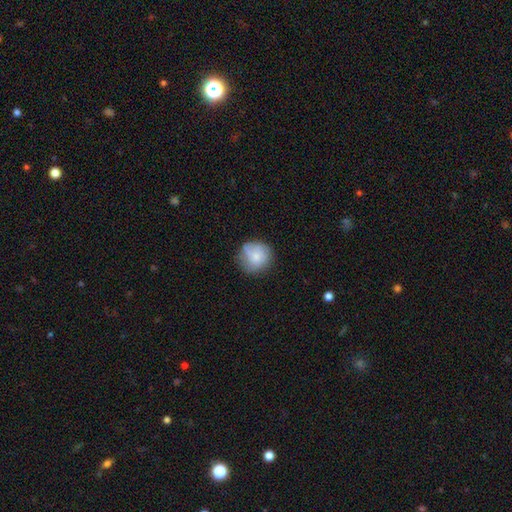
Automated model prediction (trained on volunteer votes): Smooth or featured: smooth — 63% (featured or disk — 28%)
How rounded: round — 87% (in between — 12%)
Merging: none — 65% (minor disturbance — 24%)